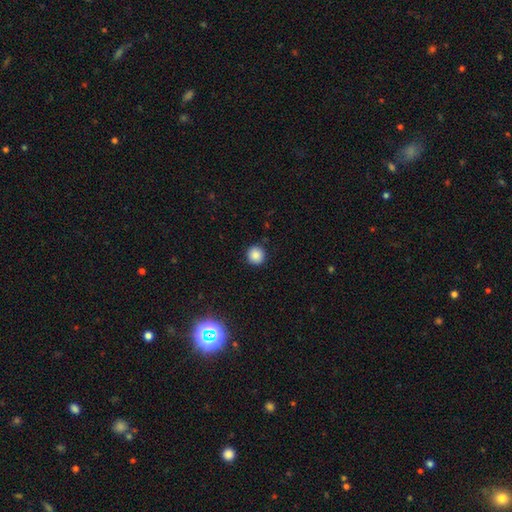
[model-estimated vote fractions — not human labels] smooth_or_featured: smooth (p=0.87) [alt: star or artifact p=0.10]
how_rounded: round (p=0.93) [alt: in between p=0.06]
merging: none (p=0.91) [alt: minor disturbance p=0.06]